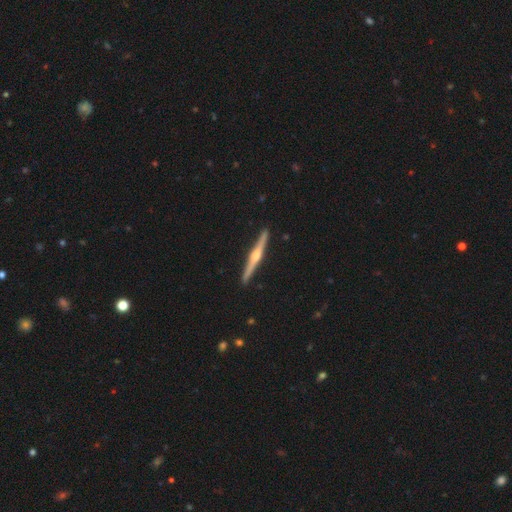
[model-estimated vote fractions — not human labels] Smooth or featured: featured or disk — 82% (smooth — 13%)
Edge-on disk: yes — 99% (no — 1%)
Edge-on bulge: rounded — 92% (none — 4%)
Merging: none — 92% (minor disturbance — 5%)